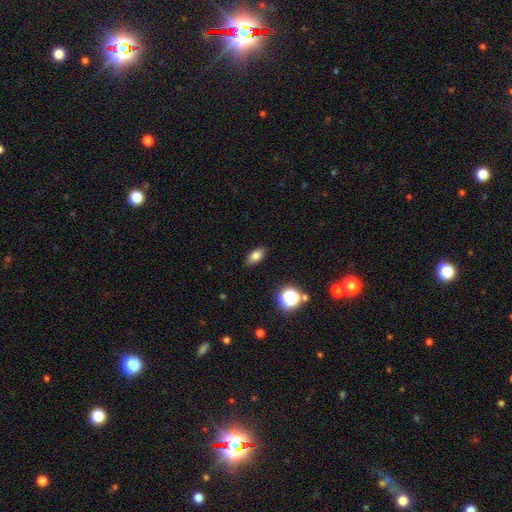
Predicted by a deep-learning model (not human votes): Morphology: type=smooth (78%); roundness=in between (85%); merging=none (88%).